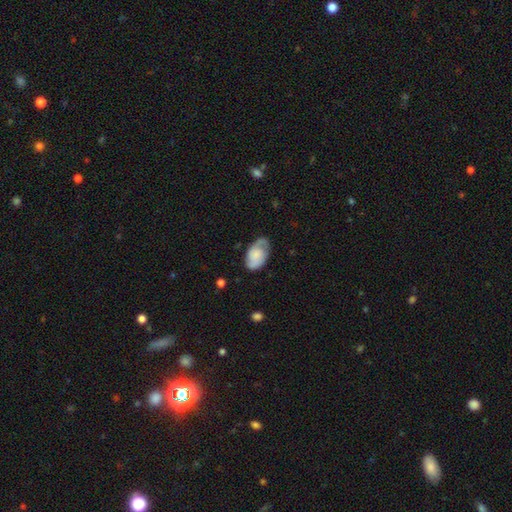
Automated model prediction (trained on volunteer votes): Morphology: type=featured or disk (55%); edge-on=no (96%); bar=no (71%); spiral arms=yes (88%); bulge=small (38%); merging=none (64%).